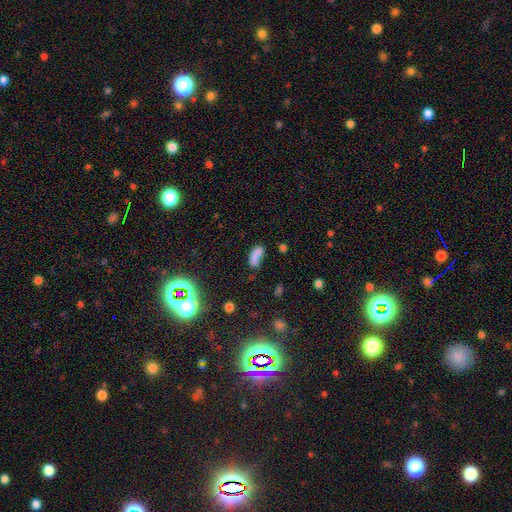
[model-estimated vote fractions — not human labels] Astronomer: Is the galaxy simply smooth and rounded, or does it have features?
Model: smooth — 68%.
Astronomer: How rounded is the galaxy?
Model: in between — 81%.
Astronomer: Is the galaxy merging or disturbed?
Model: none — 38% (runner-up: merger, 26%).